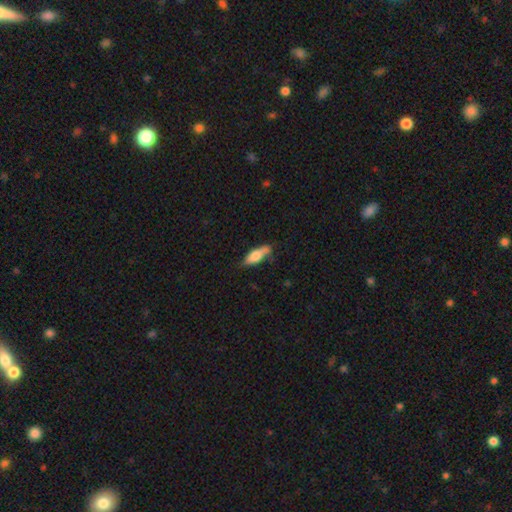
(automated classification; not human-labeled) smooth_or_featured: smooth (p=0.70) [alt: featured or disk p=0.24]
how_rounded: in between (p=0.63) [alt: cigar-shaped p=0.35]
merging: none (p=0.60) [alt: minor disturbance p=0.28]